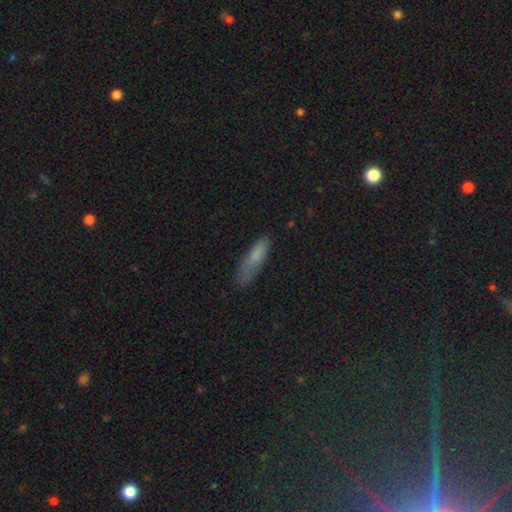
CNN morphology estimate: Smooth or featured? Predicted: smooth (p=0.76). How rounded? Predicted: cigar-shaped (p=0.68). Merging? Predicted: none (p=0.61).